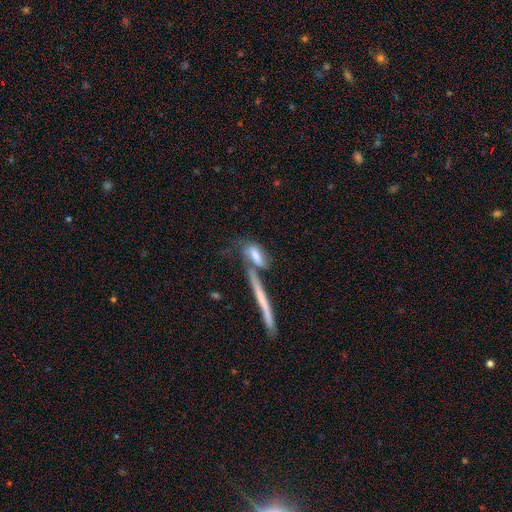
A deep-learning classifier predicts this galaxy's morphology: The model was most divided on "merging": merger: 38%, none: 37%, minor disturbance: 15%, major disturbance: 10%. Remaining: smooth or featured — smooth (57%); how rounded — cigar-shaped (48%).